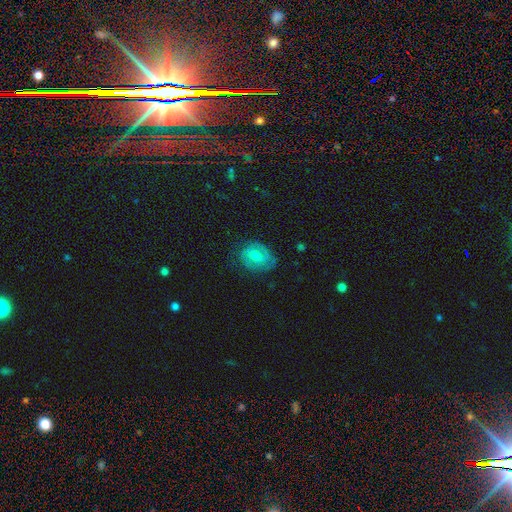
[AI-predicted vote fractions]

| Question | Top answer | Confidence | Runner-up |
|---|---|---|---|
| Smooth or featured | featured or disk | 61% | smooth (32%) |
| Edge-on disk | no | 96% | yes (4%) |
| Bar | no | 48% | weak (41%) |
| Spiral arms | yes | 79% | no (21%) |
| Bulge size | moderate | 65% | small (29%) |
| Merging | none | 68% | minor disturbance (22%) |